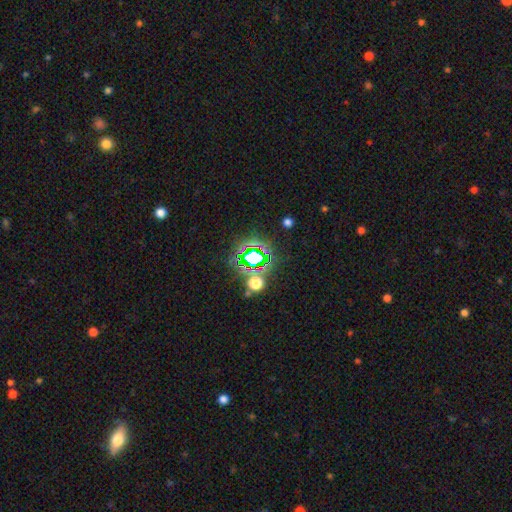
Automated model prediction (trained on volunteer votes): Smooth or featured? star or artifact (68%)